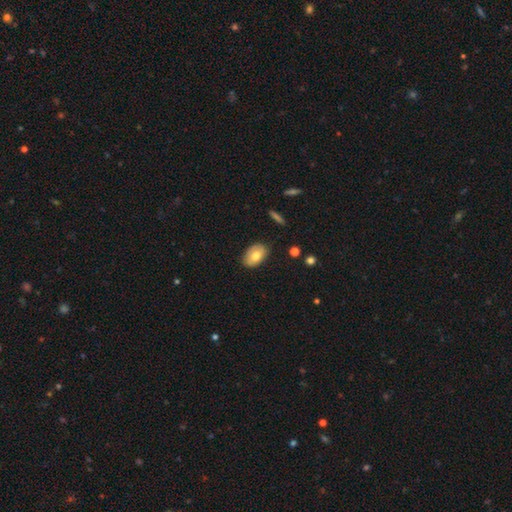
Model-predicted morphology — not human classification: Smooth or featured? smooth (72%)
How rounded? in between (91%)
Merging? none (81%)